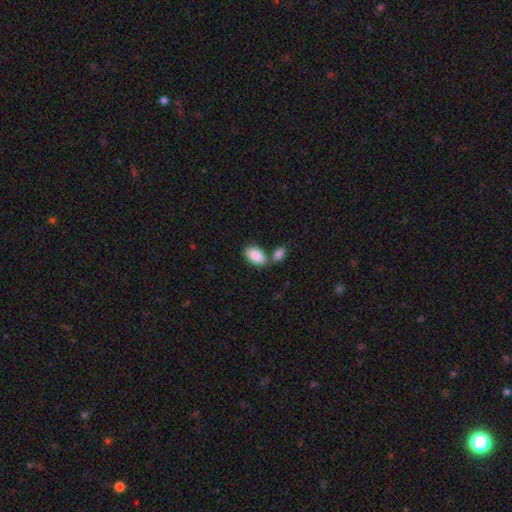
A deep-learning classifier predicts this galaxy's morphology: smooth 88%, featured or disk 6%, star or artifact 6%. Down the decision tree: how rounded — in between (94%); merging — none (49%).